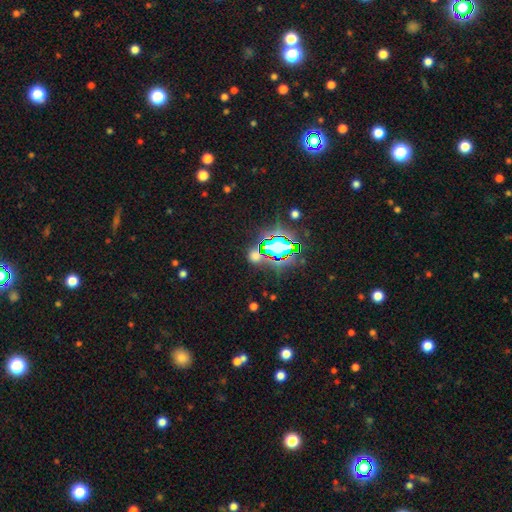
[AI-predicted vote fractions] smooth-or-featured: star or artifact: 56% | smooth: 35% | featured or disk: 9%